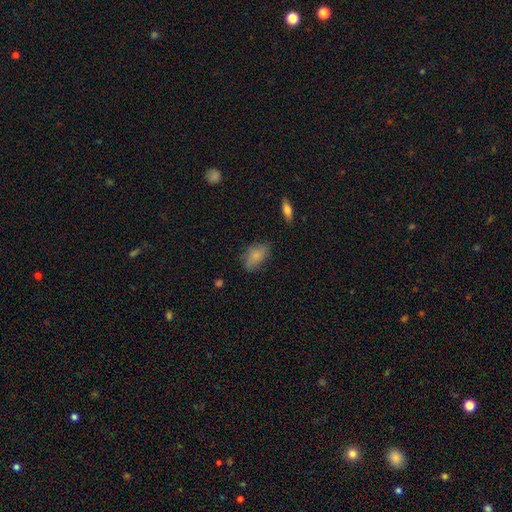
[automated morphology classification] A smooth galaxy with no disk features (82%) that is in between round and cigar-shaped (90%). Merging: none (68%).